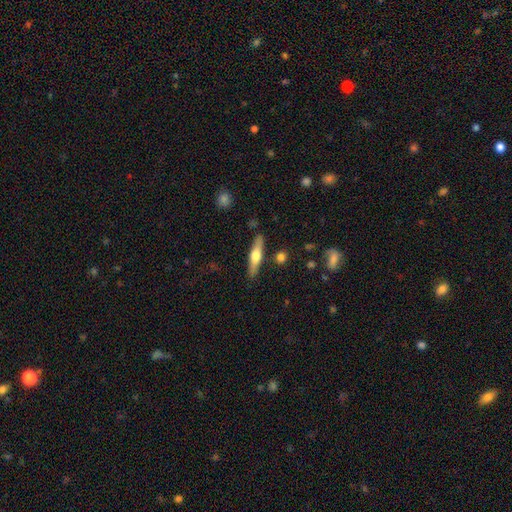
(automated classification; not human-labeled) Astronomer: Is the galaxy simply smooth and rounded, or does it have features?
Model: featured or disk — 50% (runner-up: smooth, 44%).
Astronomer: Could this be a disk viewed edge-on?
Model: yes — 94%.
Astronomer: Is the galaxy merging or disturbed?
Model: none — 86%.